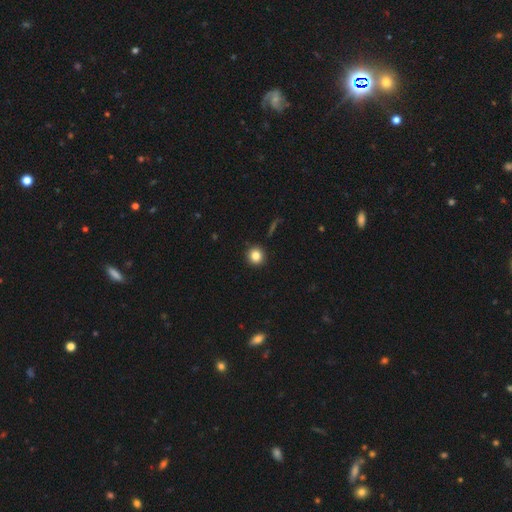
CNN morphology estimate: smooth 83%, star or artifact 11%, featured or disk 6%. Down the decision tree: how rounded — round (93%); merging — none (93%).